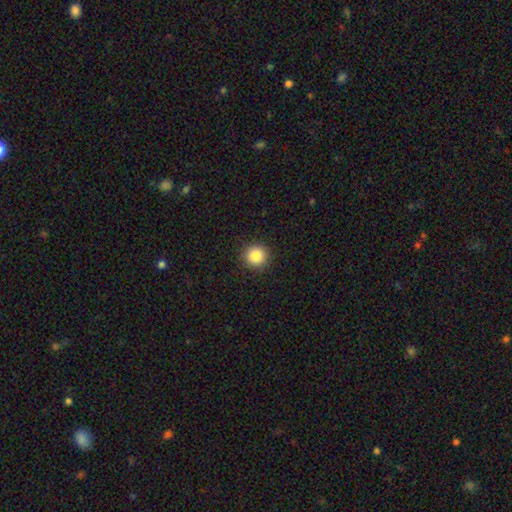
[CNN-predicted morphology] This is clearly a smooth galaxy (86%). How rounded: clearly round (94%). Merging: clearly none (92%).